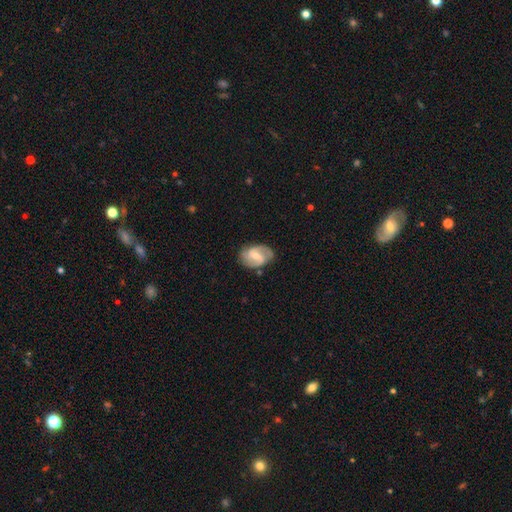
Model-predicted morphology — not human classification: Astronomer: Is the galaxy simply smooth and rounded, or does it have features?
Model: featured or disk — 77%.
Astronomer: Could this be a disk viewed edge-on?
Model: no — 97%.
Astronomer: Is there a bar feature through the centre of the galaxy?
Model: weak — 52%.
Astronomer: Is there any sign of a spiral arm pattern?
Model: yes — 92%.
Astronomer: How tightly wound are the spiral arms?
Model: medium — 49% (runner-up: tight, 26%).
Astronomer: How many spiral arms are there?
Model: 2 — 84%.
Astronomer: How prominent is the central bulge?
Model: moderate — 50% (runner-up: small, 46%).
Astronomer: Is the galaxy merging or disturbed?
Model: none — 74%.